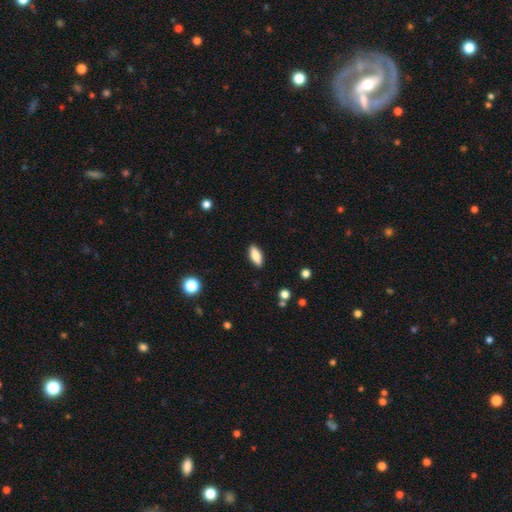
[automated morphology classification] This is likely a smooth galaxy (80%). How rounded: likely in between (76%). Merging: clearly none (89%).